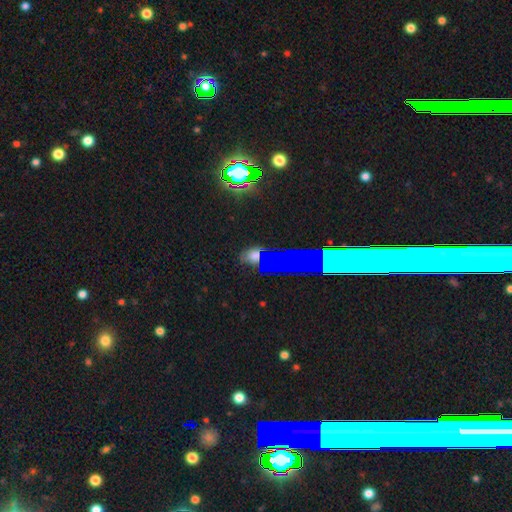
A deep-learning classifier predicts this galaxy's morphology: A star or artifact, not a galaxy (49%).

Vote fractions:
- Smooth or featured? star or artifact: 49% / smooth: 28% / featured or disk: 23%